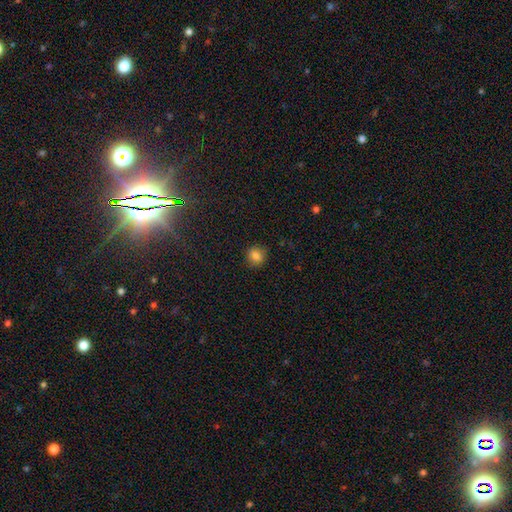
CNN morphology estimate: This appears to be a smooth galaxy with no disk features (83%) that is round (80%). Merging: none (86%).